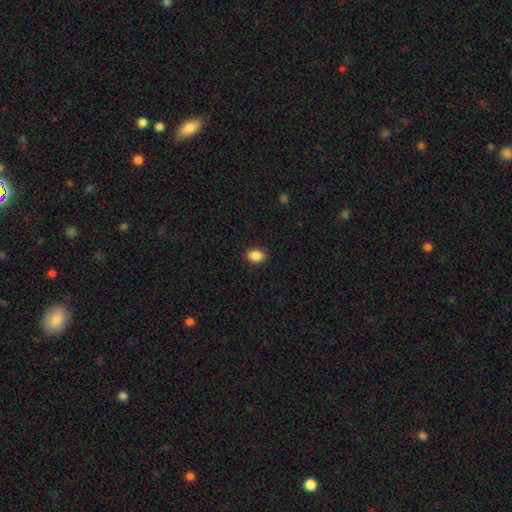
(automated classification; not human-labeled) smooth-or-featured: smooth: 88% | star or artifact: 8% | featured or disk: 4%
  how-rounded: in between: 73% | round: 26% | cigar-shaped: 1%
  merging: none: 90% | minor disturbance: 7% | major disturbance: 2% | merger: 1%